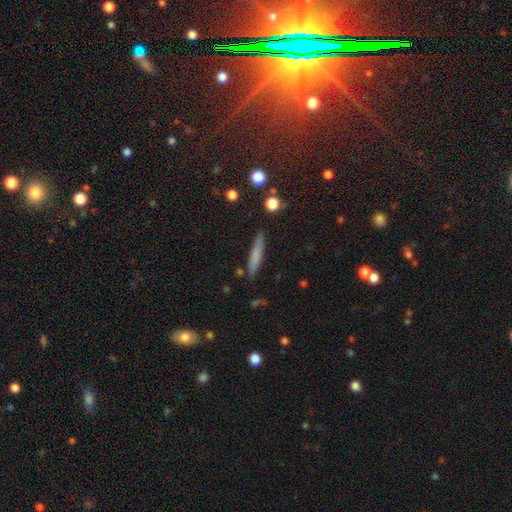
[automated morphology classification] smooth_or_featured: smooth (p=0.70) [alt: featured or disk p=0.23]
how_rounded: cigar-shaped (p=0.93) [alt: in between p=0.06]
merging: none (p=0.86) [alt: minor disturbance p=0.10]